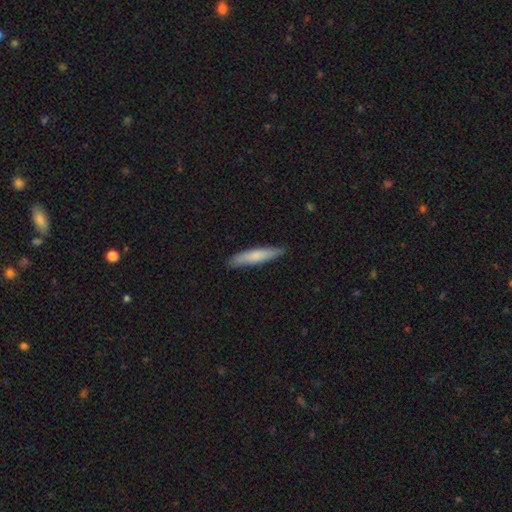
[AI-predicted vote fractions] Smooth or featured: smooth — 74% (featured or disk — 20%)
How rounded: cigar-shaped — 90% (in between — 9%)
Merging: none — 89% (minor disturbance — 8%)